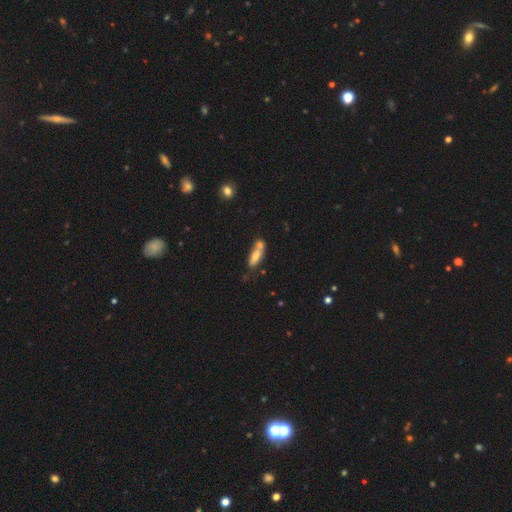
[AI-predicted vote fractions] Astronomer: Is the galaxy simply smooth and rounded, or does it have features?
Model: smooth — 69%.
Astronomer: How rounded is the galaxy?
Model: in between — 59% (runner-up: cigar-shaped, 38%).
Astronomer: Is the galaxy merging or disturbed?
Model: merger — 46% (runner-up: none, 36%).